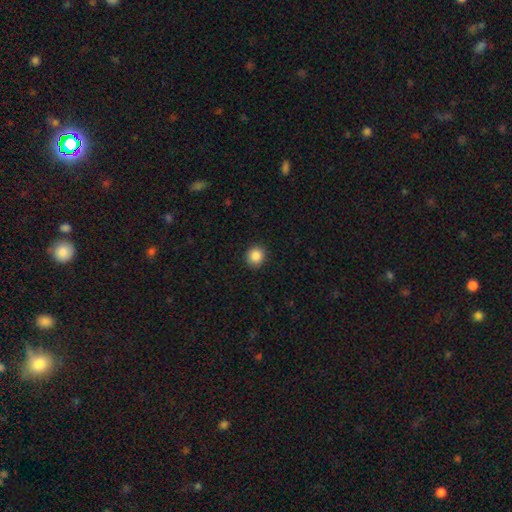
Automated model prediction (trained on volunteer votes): Morphology: type=smooth (87%); roundness=round (90%); merging=none (91%).